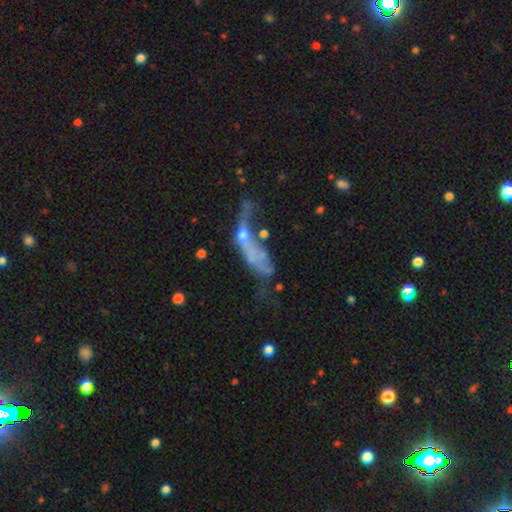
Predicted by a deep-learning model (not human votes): featured or disk 52%, smooth 35%, star or artifact 13%. Down the decision tree: edge-on disk — no (73%); merging — major disturbance (41%).